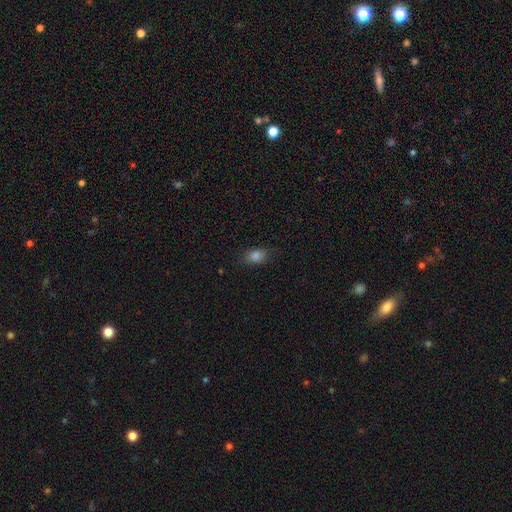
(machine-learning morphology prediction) smooth-or-featured: smooth: 83% | star or artifact: 10% | featured or disk: 7%
  how-rounded: in between: 81% | round: 16% | cigar-shaped: 3%
  merging: none: 81% | minor disturbance: 15% | major disturbance: 3% | merger: 1%